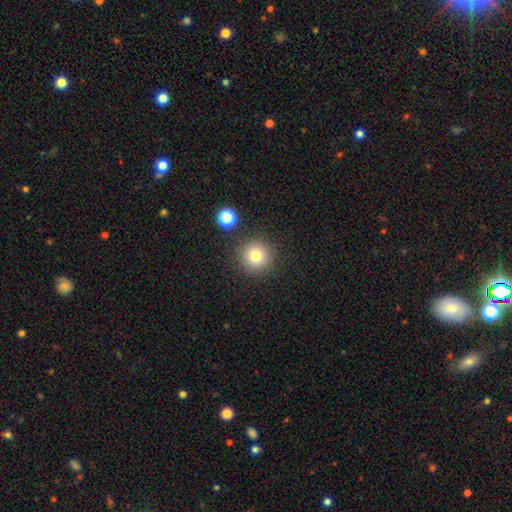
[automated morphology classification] Smooth or featured? smooth (77%)
How rounded? round (95%)
Merging? none (87%)